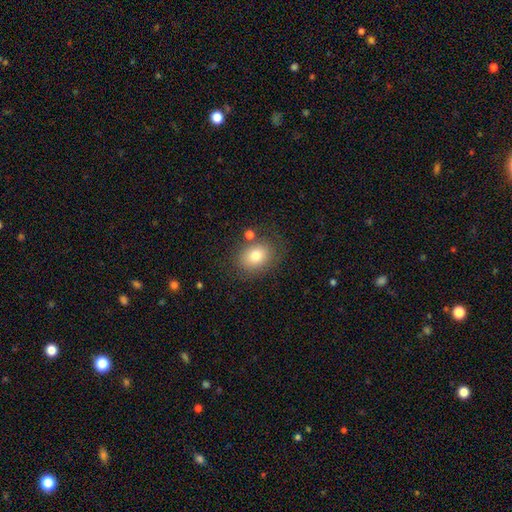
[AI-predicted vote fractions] smooth 79%, featured or disk 12%, star or artifact 10%. Down the decision tree: how rounded — in between (53%); merging — none (74%).